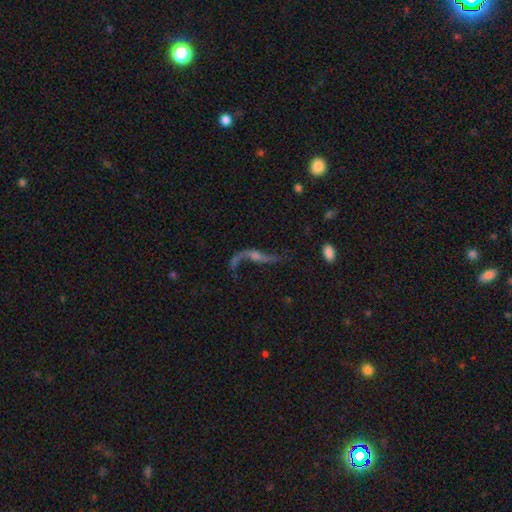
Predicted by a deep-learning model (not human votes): This appears to be a featured or disk galaxy (77%) with no bar (55%), 2 (81%) loose (94%) spiral arms (85%) and a small central bulge (46%). Merging: none (48%).